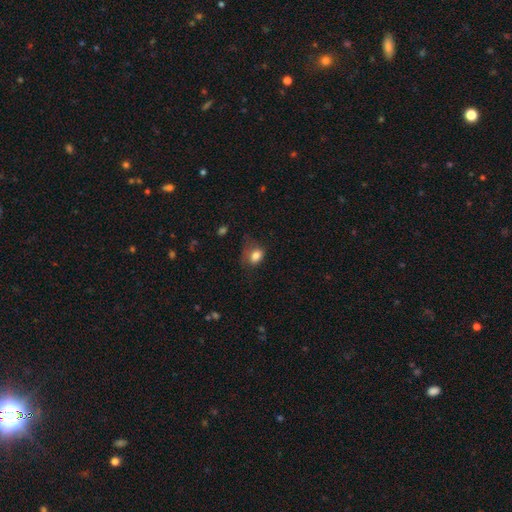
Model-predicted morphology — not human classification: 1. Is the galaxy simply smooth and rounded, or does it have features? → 81% smooth, 9% featured or disk, 9% star or artifact.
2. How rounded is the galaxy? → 66% in between, 33% round, 1% cigar-shaped.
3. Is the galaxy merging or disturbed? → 39% none, 31% minor disturbance, 27% major disturbance, 2% merger.